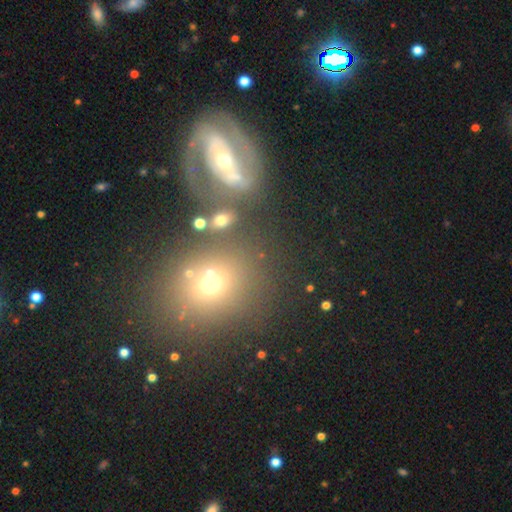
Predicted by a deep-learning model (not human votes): Smooth or featured: smooth — 46% (featured or disk — 35%)
Merging: none — 65% (merger — 17%)